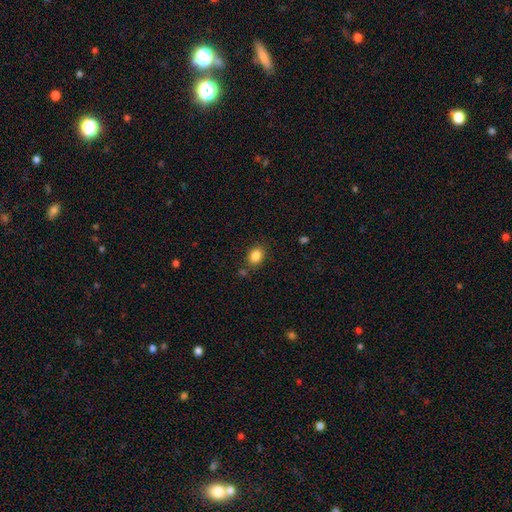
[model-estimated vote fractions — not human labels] Smooth or featured?
  - smooth: 85% *
  - star or artifact: 10%
  - featured or disk: 5%
How rounded?
  - in between: 64% *
  - round: 35%
  - cigar-shaped: 1%
Merging?
  - none: 80% *
  - minor disturbance: 12%
  - merger: 5%
  - major disturbance: 3%